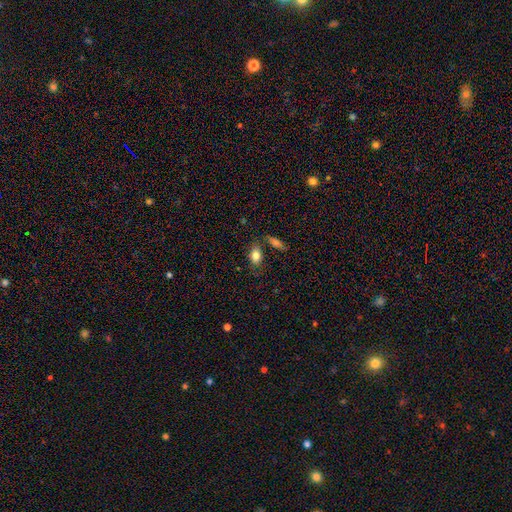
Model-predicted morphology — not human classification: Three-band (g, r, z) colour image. It shows a smooth galaxy with no disk features (82%) that is in between round and cigar-shaped (85%). Merging: none (72%).